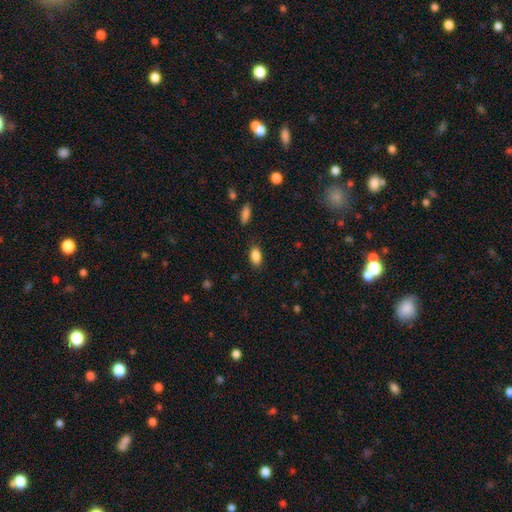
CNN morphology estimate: This appears to be a smooth galaxy with no disk features (87%) that is in between round and cigar-shaped (90%). Merging: none (85%).